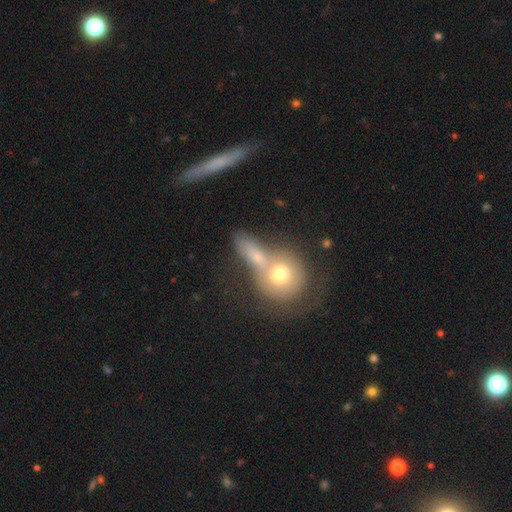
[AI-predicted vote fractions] Q: Smooth or featured?
A: smooth (66%); runner-up: featured or disk (23%)
Q: How rounded?
A: round (47%); runner-up: in between (39%)
Q: Merging?
A: merger (50%); runner-up: none (33%)